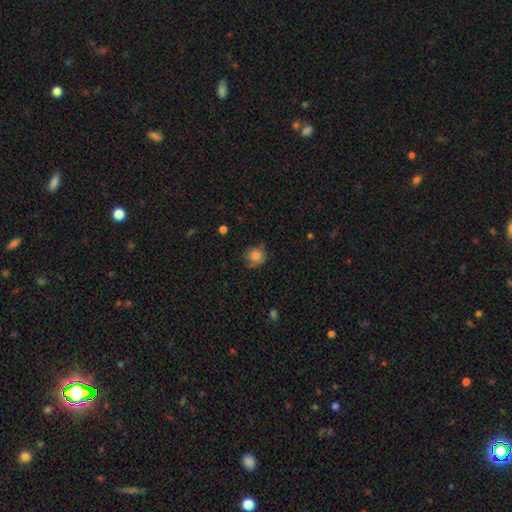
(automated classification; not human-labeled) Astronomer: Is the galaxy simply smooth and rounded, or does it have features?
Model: smooth — 76%.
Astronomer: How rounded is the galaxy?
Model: round — 85%.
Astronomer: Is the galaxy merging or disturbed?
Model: none — 66%.